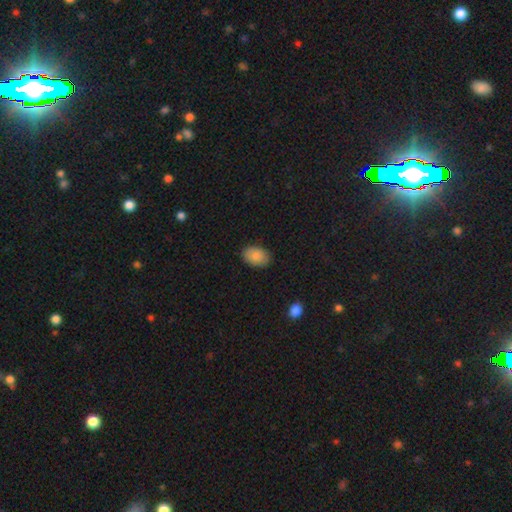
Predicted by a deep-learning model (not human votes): Smooth or featured? smooth (87%)
How rounded? in between (86%)
Merging? none (87%)